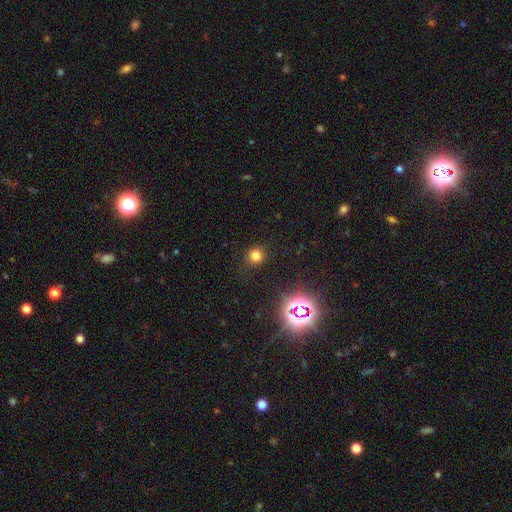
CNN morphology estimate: type=smooth (75%); roundness=round (90%); merging=none (89%).